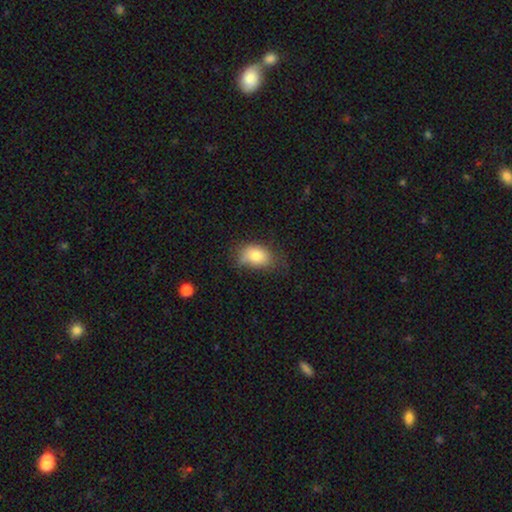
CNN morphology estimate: This appears to be a smooth galaxy with no disk features (80%) that is in between round and cigar-shaped (80%). Merging: none (46%).